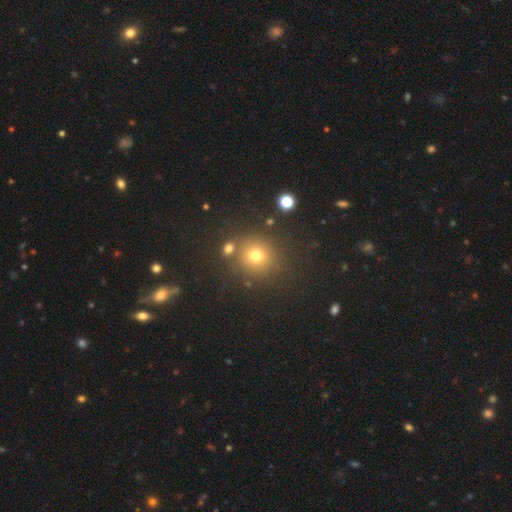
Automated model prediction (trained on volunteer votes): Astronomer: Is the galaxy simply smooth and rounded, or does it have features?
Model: smooth — 71%.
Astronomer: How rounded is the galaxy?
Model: round — 89%.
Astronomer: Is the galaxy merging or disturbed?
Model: none — 78%.